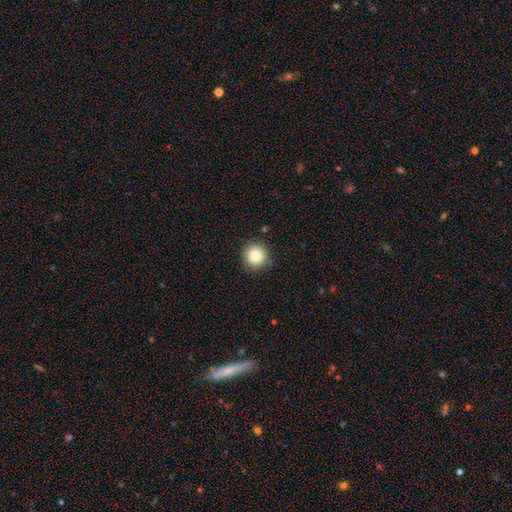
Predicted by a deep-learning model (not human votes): Q: Smooth or featured?
A: smooth (84%); runner-up: star or artifact (10%)
Q: How rounded?
A: round (95%); runner-up: in between (4%)
Q: Merging?
A: none (89%); runner-up: minor disturbance (8%)